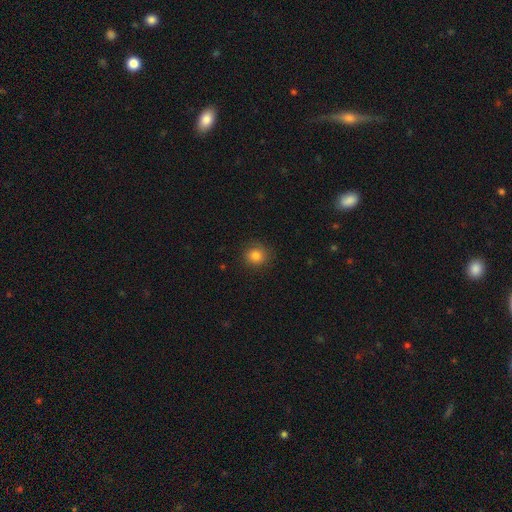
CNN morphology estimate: smooth_or_featured: smooth (p=0.81) [alt: star or artifact p=0.12]
how_rounded: round (p=0.86) [alt: in between p=0.13]
merging: none (p=0.85) [alt: minor disturbance p=0.11]